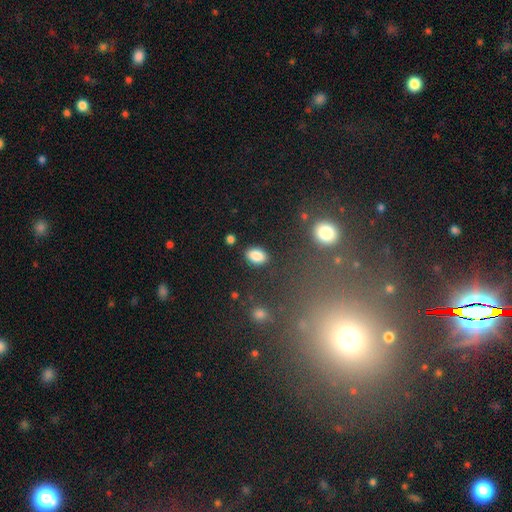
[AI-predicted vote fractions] A smooth galaxy with no disk features (86%) that is in between round and cigar-shaped (84%).

Vote fractions:
- Smooth or featured? smooth: 86% / star or artifact: 9% / featured or disk: 5%
- How rounded? in between: 84% / round: 14% / cigar-shaped: 1%
- Merging? none: 85% / minor disturbance: 10% / major disturbance: 3% / merger: 2%